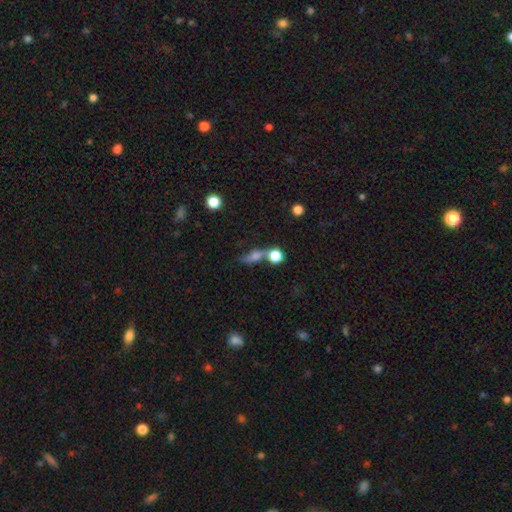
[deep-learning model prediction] Q: Smooth or featured?
A: smooth (52%); runner-up: featured or disk (30%)
Q: How rounded?
A: in between (40%); runner-up: round (33%)
Q: Merging?
A: none (43%); runner-up: merger (32%)